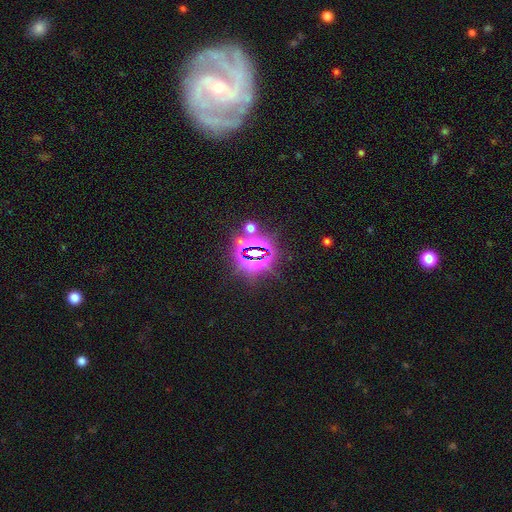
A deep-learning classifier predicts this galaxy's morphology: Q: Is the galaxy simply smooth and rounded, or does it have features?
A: star or artifact — 79%.